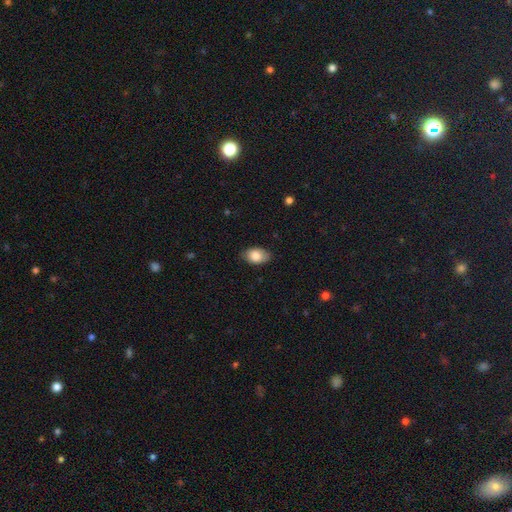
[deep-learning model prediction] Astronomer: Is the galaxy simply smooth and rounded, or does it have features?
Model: smooth — 84%.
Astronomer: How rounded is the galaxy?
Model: in between — 89%.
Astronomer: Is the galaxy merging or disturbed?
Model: none — 81%.